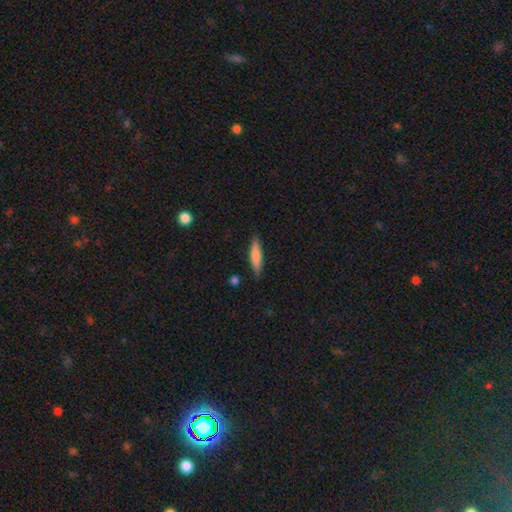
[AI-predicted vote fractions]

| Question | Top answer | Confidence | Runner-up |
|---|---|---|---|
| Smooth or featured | smooth | 75% | featured or disk (20%) |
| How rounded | cigar-shaped | 80% | in between (18%) |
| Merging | none | 86% | minor disturbance (10%) |